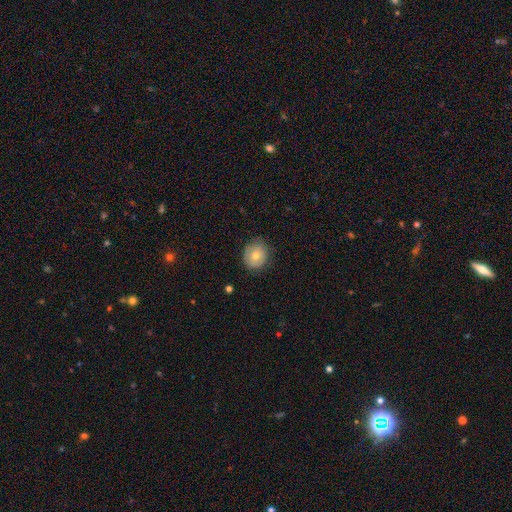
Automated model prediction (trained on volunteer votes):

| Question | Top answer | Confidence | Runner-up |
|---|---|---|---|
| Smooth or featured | smooth | 68% | featured or disk (23%) |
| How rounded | round | 78% | in between (21%) |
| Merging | none | 77% | minor disturbance (18%) |